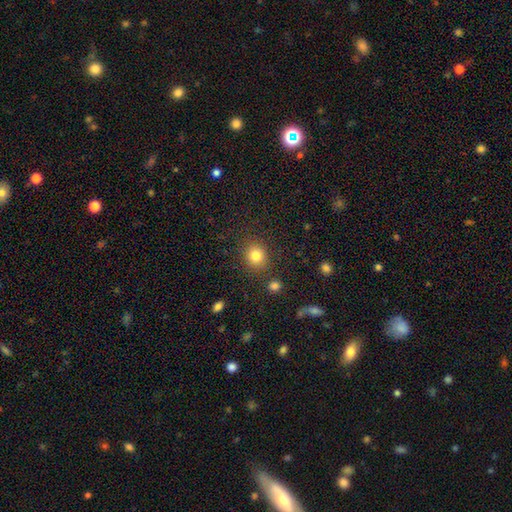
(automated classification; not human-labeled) This is clearly a smooth galaxy (82%). How rounded: likely round (79%). Merging: clearly none (85%).